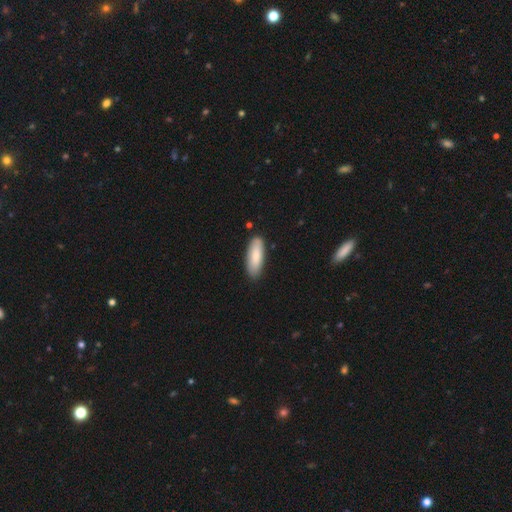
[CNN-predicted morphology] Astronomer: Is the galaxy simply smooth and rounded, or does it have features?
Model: smooth — 83%.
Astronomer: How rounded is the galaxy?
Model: in between — 65%.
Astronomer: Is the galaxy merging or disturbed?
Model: none — 85%.